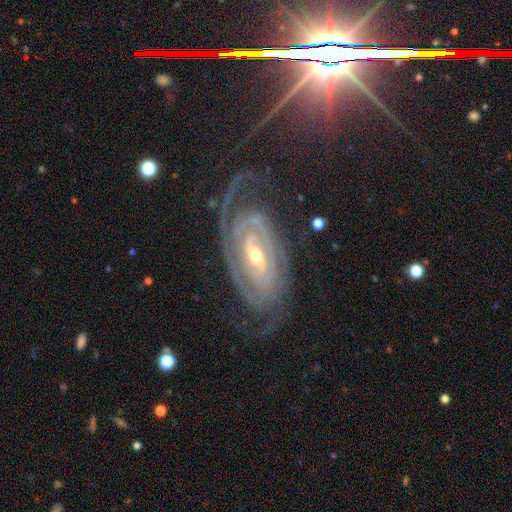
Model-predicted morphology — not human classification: Smooth or featured?
  - featured or disk: 88% *
  - star or artifact: 7%
  - smooth: 5%
Edge-on disk?
  - no: 94% *
  - yes: 6%
Bar?
  - weak: 36% *
  - no: 33%
  - strong: 31%
Spiral arms?
  - yes: 96% *
  - no: 4%
Spiral winding?
  - tight: 76% *
  - medium: 20%
  - loose: 5%
Spiral arm count?
  - 2: 38% *
  - can't tell: 26%
  - 3: 16%
  - 4: 8%
  - 1: 6%
  - more than 4: 6%
Bulge size?
  - small: 49% *
  - moderate: 47%
  - large: 2%
  - none: 1%
  - dominant: 1%
Merging?
  - none: 71% *
  - minor disturbance: 17%
  - major disturbance: 10%
  - merger: 2%